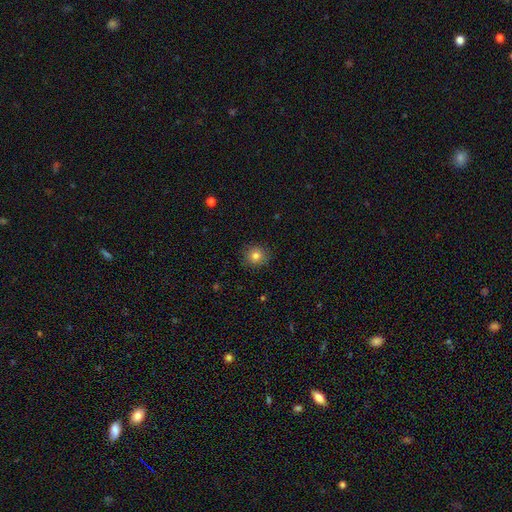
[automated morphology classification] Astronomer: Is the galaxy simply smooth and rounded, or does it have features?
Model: smooth — 80%.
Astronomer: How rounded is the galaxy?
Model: round — 89%.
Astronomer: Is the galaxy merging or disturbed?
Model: none — 88%.